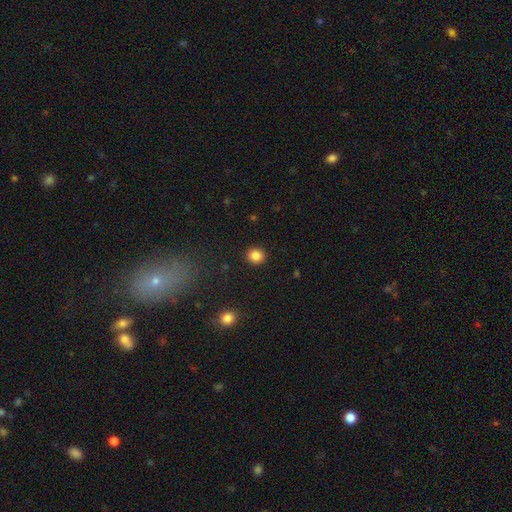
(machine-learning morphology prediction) Smooth or featured: smooth — 86% (star or artifact — 11%)
How rounded: round — 82% (in between — 17%)
Merging: none — 91% (minor disturbance — 6%)